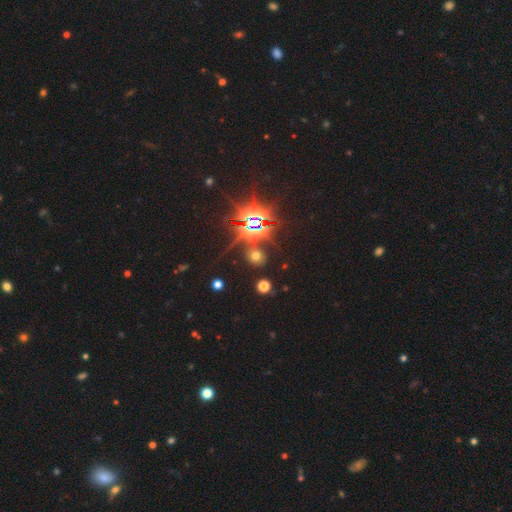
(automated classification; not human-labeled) This appears to be a smooth galaxy with no disk features (47%). Merging: none (83%).